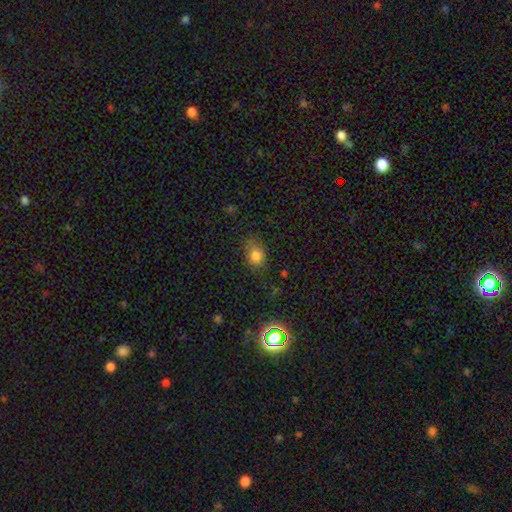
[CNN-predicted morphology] This is likely a smooth galaxy (78%). How rounded: possibly in between (59%). Merging: likely none (67%).